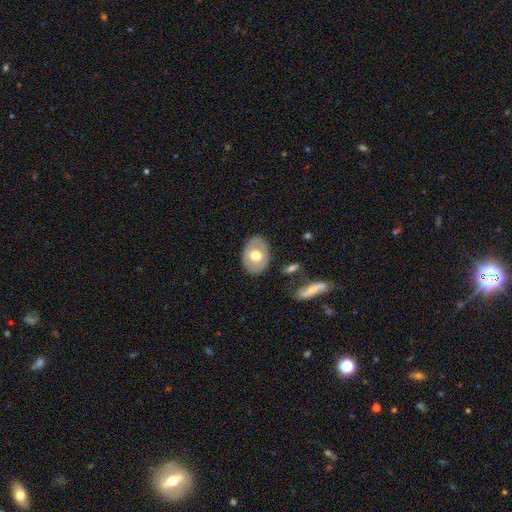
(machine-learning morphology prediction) A smooth galaxy with no disk features (54%) that is in between round and cigar-shaped (75%).

Vote fractions:
- Smooth or featured? smooth: 54% / featured or disk: 40% / star or artifact: 6%
- How rounded? in between: 75% / round: 24% / cigar-shaped: 1%
- Merging? none: 82% / minor disturbance: 12% / major disturbance: 3% / merger: 2%